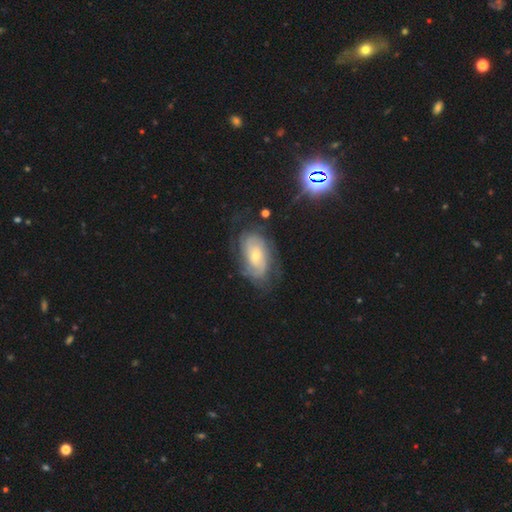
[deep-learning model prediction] Smooth or featured? Predicted: featured or disk (p=0.72). Edge-on disk? Predicted: no (p=0.95). Bar? Predicted: no (p=0.69). Spiral arms? Predicted: yes (p=0.88). Spiral winding? Predicted: tight (p=0.61). Spiral arm count? Predicted: can't tell (p=0.49). Bulge size? Predicted: small (p=0.56). Merging? Predicted: none (p=0.65).